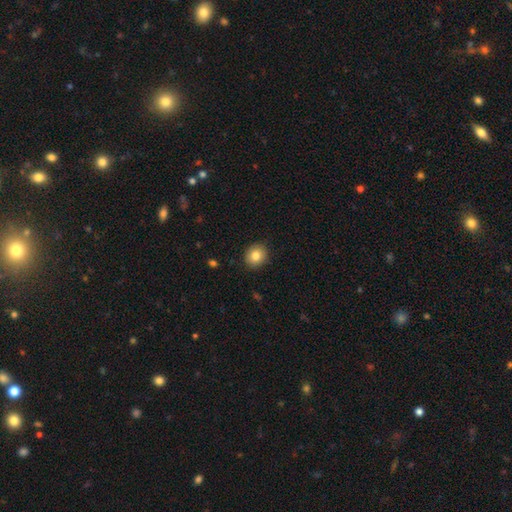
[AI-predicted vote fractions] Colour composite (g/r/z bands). It shows a smooth galaxy with no disk features (83%) that is round (80%). Merging: none (90%).